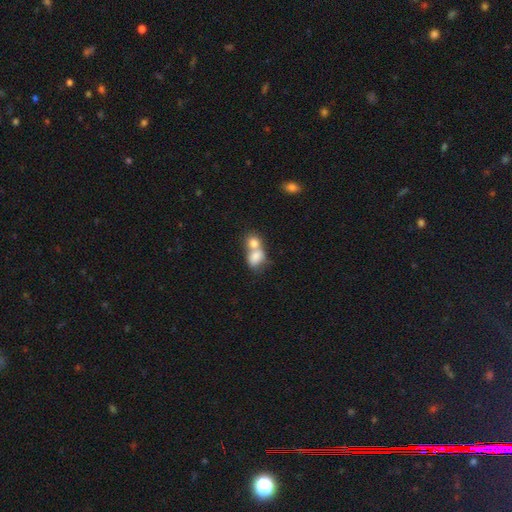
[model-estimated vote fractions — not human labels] This appears to be a smooth galaxy with no disk features (77%) that is in between round and cigar-shaped (55%). Merging: merger (71%).